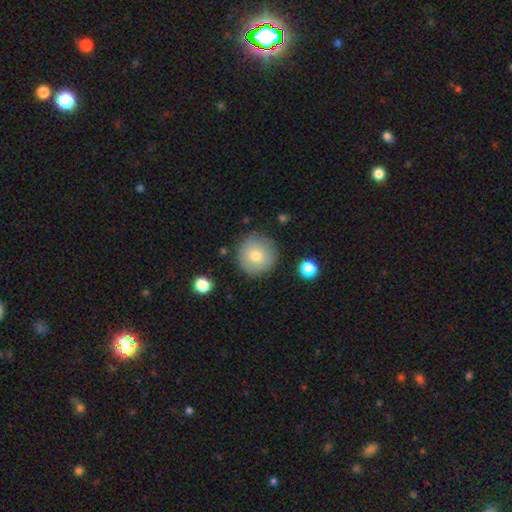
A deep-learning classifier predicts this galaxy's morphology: Smooth or featured: smooth — 76% (featured or disk — 16%)
How rounded: round — 95% (in between — 4%)
Merging: none — 85% (minor disturbance — 10%)